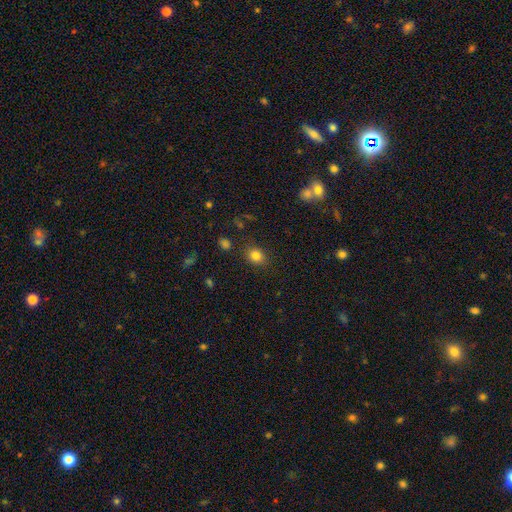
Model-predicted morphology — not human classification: type=smooth (82%); roundness=round (55%); merging=none (83%).